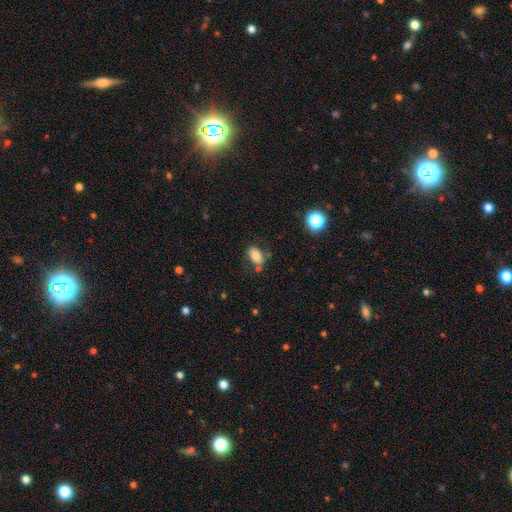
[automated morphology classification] type=smooth (76%); roundness=in between (87%); merging=none (64%).